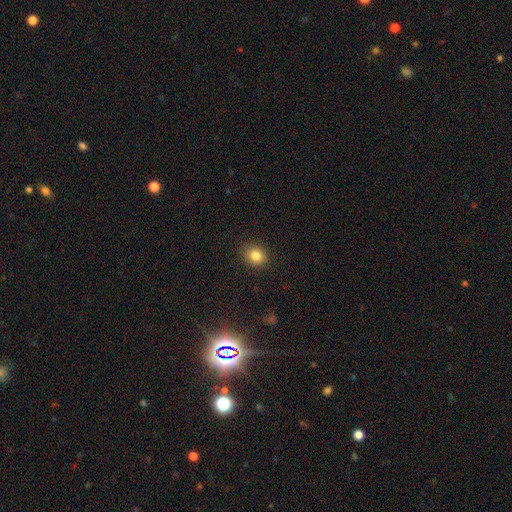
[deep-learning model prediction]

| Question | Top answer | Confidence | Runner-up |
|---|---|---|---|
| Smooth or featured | smooth | 83% | star or artifact (11%) |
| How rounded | round | 67% | in between (32%) |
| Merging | none | 89% | minor disturbance (8%) |